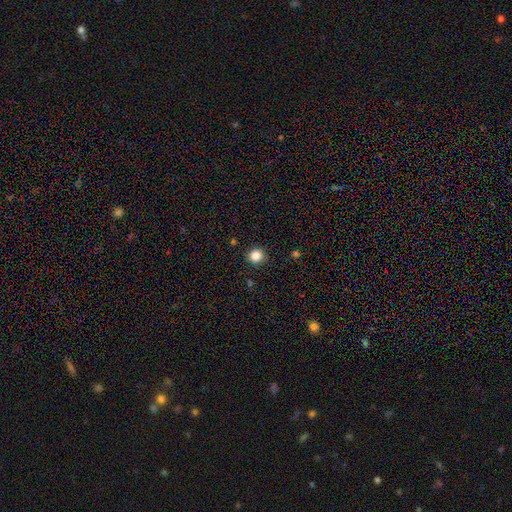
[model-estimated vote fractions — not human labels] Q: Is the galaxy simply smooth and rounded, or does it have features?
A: smooth — 85%.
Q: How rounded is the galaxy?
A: round — 92%.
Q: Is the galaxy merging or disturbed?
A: none — 91%.